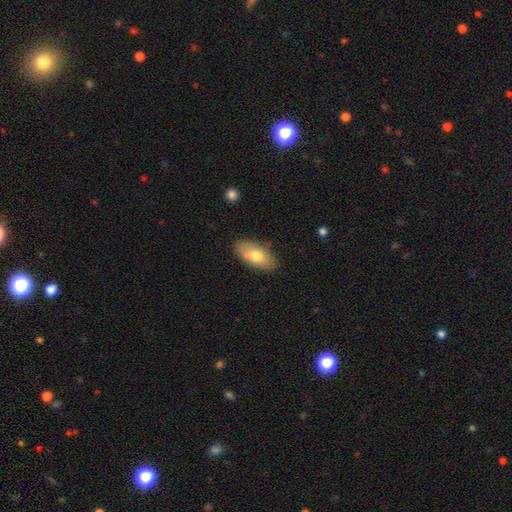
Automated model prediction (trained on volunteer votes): This appears to be a smooth galaxy with no disk features (71%) that is in between round and cigar-shaped (91%). Merging: none (79%).